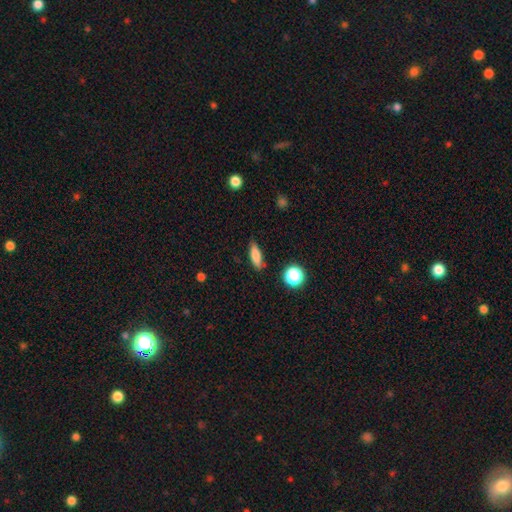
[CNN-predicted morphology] Smooth or featured? smooth (80%)
How rounded? in between (51%)
Merging? none (82%)